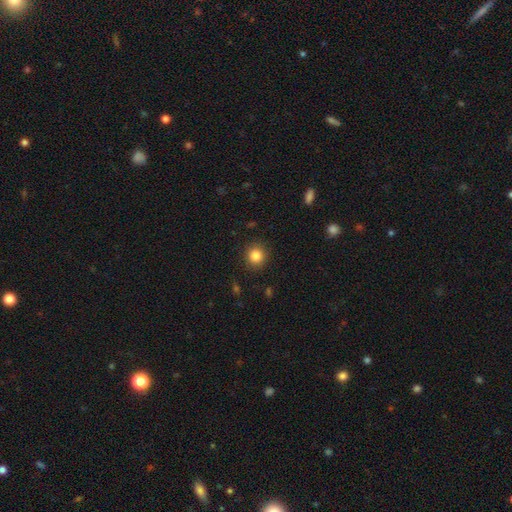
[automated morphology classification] A smooth galaxy with no disk features (84%) that is round (91%). Merging: none (90%).